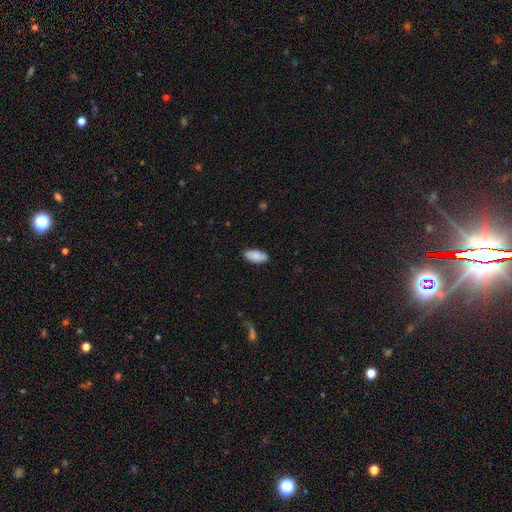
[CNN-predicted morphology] This is clearly a smooth galaxy (88%). How rounded: clearly in between (89%). Merging: clearly none (87%).